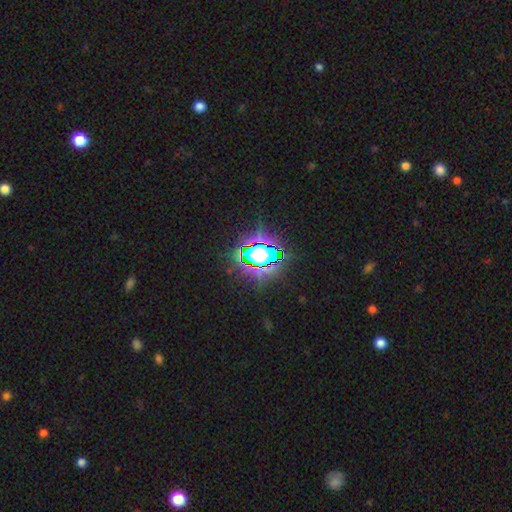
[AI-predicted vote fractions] A star or artifact, not a galaxy (70%).

Vote fractions:
- Smooth or featured? star or artifact: 70% / smooth: 18% / featured or disk: 12%